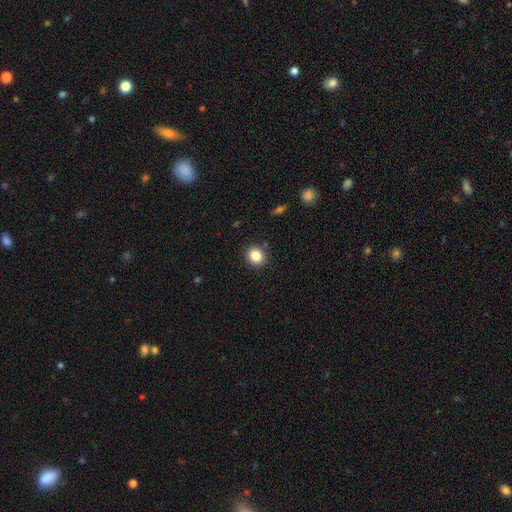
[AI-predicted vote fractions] Q: Smooth or featured?
A: smooth (84%); runner-up: star or artifact (10%)
Q: How rounded?
A: round (77%); runner-up: in between (22%)
Q: Merging?
A: none (88%); runner-up: minor disturbance (8%)